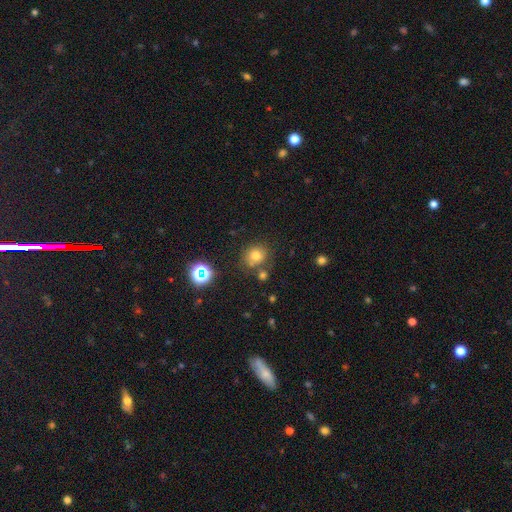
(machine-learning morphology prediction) This appears to be a smooth galaxy with no disk features (72%) that is round (82%). Merging: none (72%).